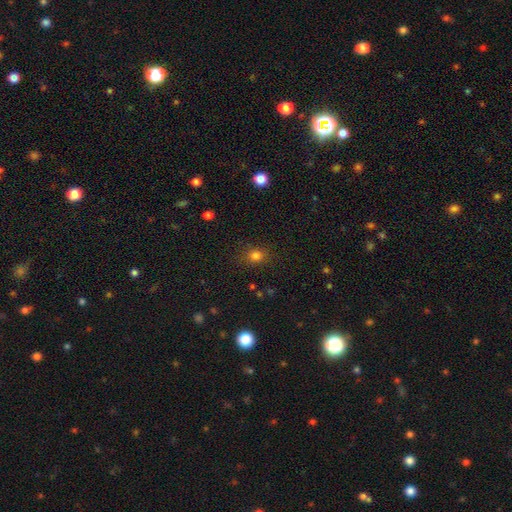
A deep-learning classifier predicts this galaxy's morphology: Smooth or featured? smooth (78%)
How rounded? round (66%)
Merging? none (83%)